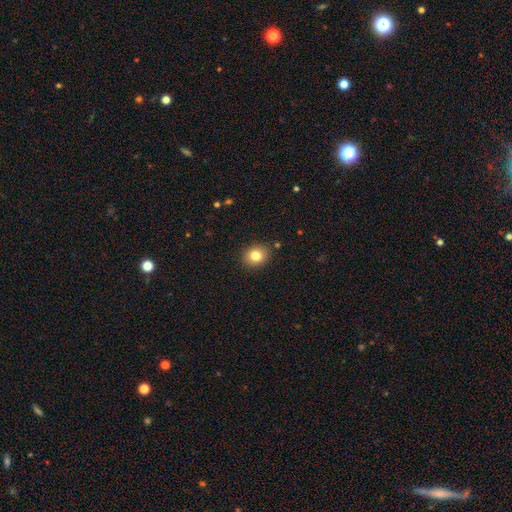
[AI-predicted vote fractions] smooth_or_featured: smooth (p=0.81) [alt: star or artifact p=0.11]
how_rounded: round (p=0.64) [alt: in between p=0.35]
merging: none (p=0.88) [alt: minor disturbance p=0.08]